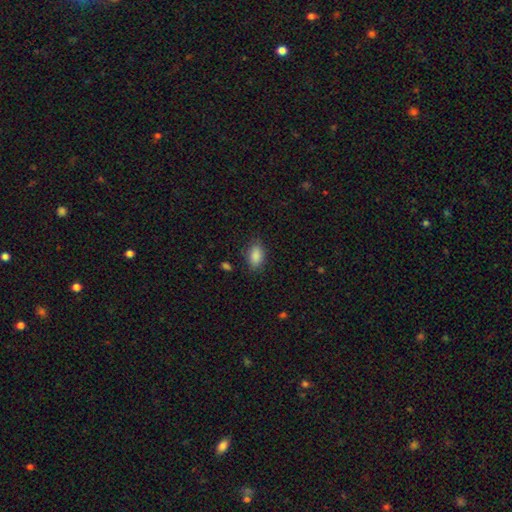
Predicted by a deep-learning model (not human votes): Q: Smooth or featured?
A: smooth (88%); runner-up: star or artifact (8%)
Q: How rounded?
A: in between (91%); runner-up: round (7%)
Q: Merging?
A: none (84%); runner-up: minor disturbance (12%)